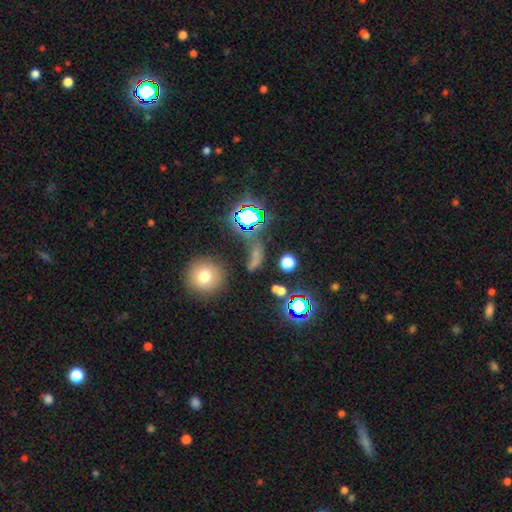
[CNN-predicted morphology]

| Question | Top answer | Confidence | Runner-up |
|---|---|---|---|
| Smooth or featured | star or artifact | 43% | smooth (40%) |